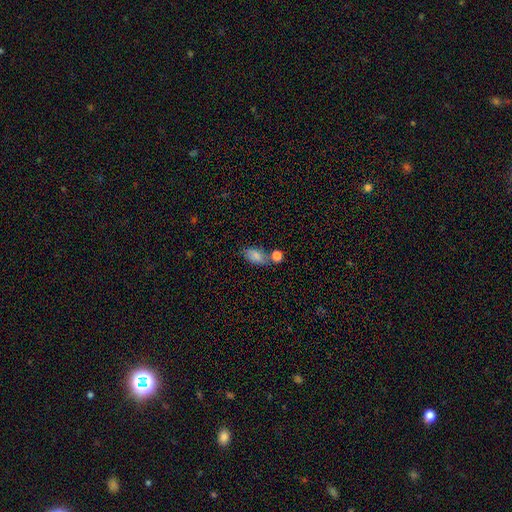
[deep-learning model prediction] This appears to be a smooth galaxy with no disk features (77%) that is in between round and cigar-shaped (88%). Merging: none (53%).